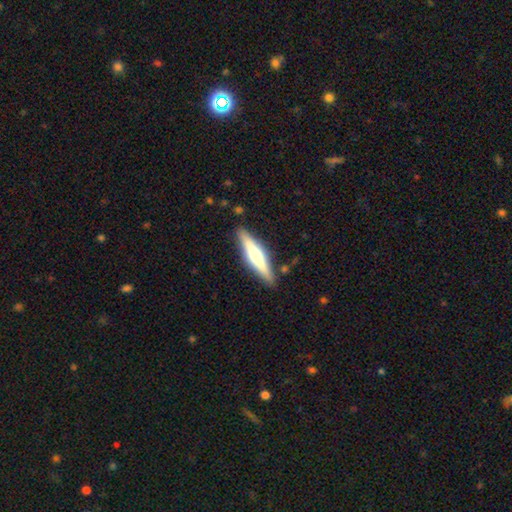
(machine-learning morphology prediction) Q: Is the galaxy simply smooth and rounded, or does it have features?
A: featured or disk — 55%.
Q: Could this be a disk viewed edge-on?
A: yes — 94%.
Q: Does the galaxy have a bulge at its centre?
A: rounded — 88%.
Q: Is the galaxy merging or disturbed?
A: none — 86%.